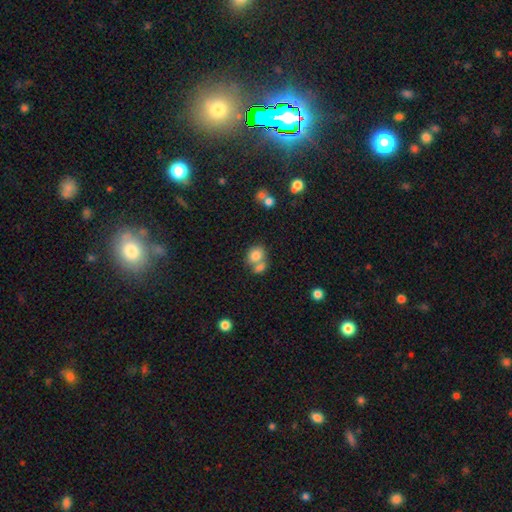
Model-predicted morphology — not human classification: Smooth or featured? Predicted: smooth (p=0.80). How rounded? Predicted: in between (p=0.50). Merging? Predicted: merger (p=0.49).